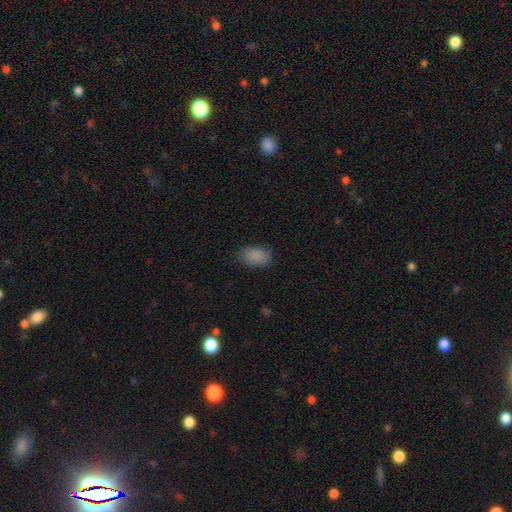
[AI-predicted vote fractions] Smooth or featured: smooth — 88% (star or artifact — 8%)
How rounded: in between — 92% (round — 6%)
Merging: none — 83% (minor disturbance — 13%)